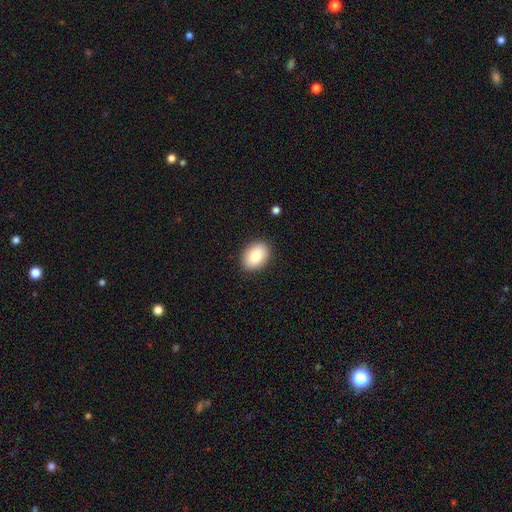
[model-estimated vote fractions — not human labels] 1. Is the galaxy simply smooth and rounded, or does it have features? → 81% smooth, 11% featured or disk, 8% star or artifact.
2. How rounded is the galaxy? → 70% in between, 29% round, 1% cigar-shaped.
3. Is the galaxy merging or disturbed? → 89% none, 8% minor disturbance, 2% major disturbance, 1% merger.